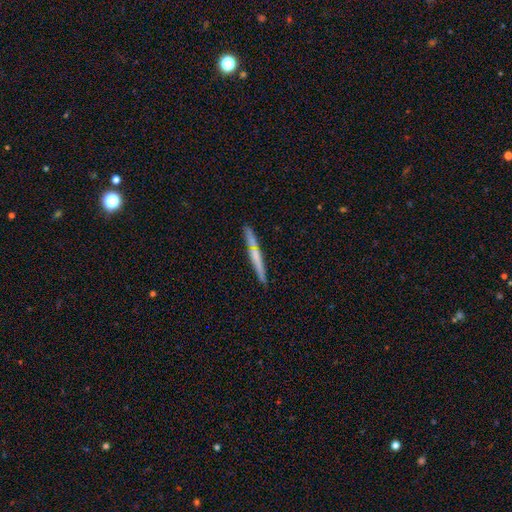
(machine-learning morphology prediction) This is possibly a smooth galaxy (52%). How rounded: clearly cigar-shaped (95%). Merging: clearly none (81%).